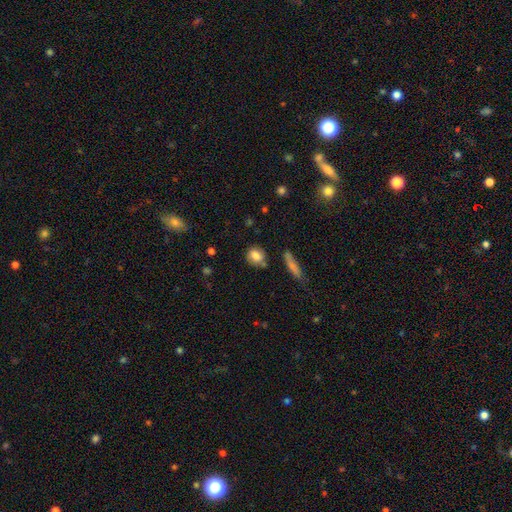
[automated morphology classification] smooth_or_featured: smooth (p=0.80) [alt: featured or disk p=0.11]
how_rounded: round (p=0.59) [alt: in between p=0.37]
merging: none (p=0.70) [alt: minor disturbance p=0.18]